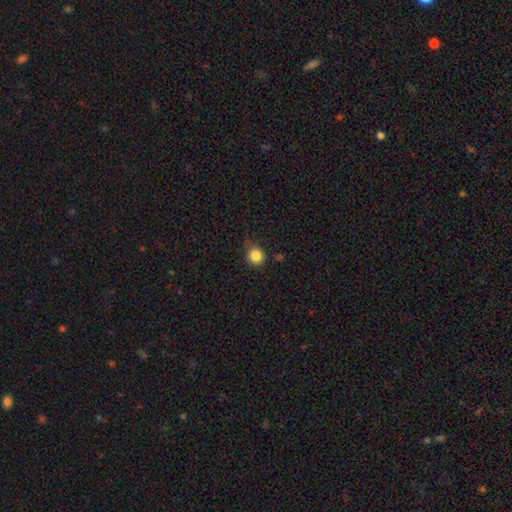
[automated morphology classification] smooth 84%, star or artifact 11%, featured or disk 5%. Down the decision tree: how rounded — round (89%); merging — none (77%).